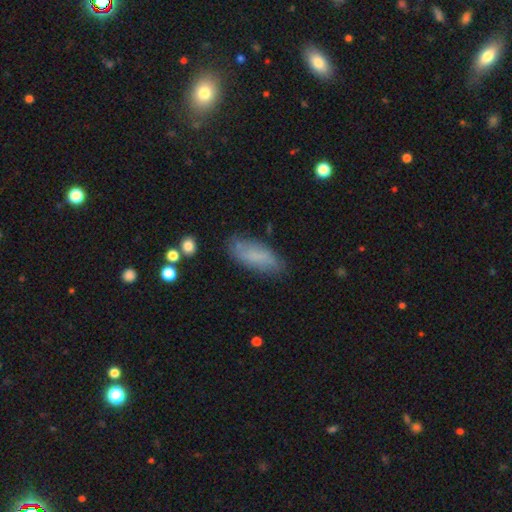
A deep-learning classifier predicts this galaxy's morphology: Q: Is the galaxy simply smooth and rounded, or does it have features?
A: smooth — 73%.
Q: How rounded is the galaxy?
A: in between — 72%.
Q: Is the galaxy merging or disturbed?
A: none — 74%.